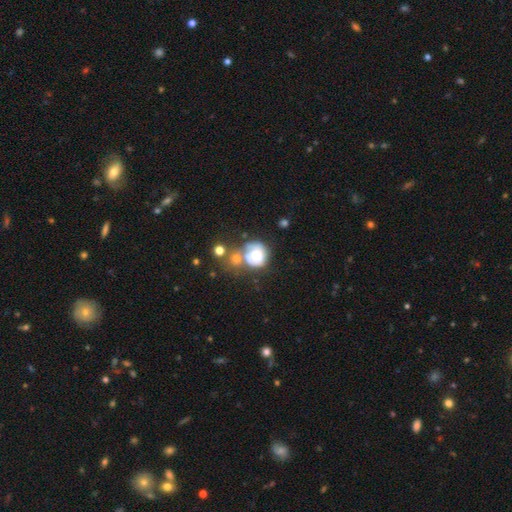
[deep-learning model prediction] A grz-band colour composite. It shows a smooth galaxy with no disk features (50%) that is round (72%). Merging: merger (33%).